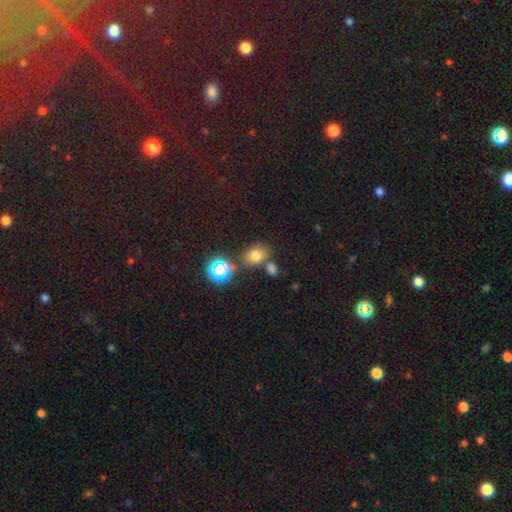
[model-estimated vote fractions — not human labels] This is likely a smooth galaxy (67%). How rounded: likely in between (60%). Merging: likely none (64%).